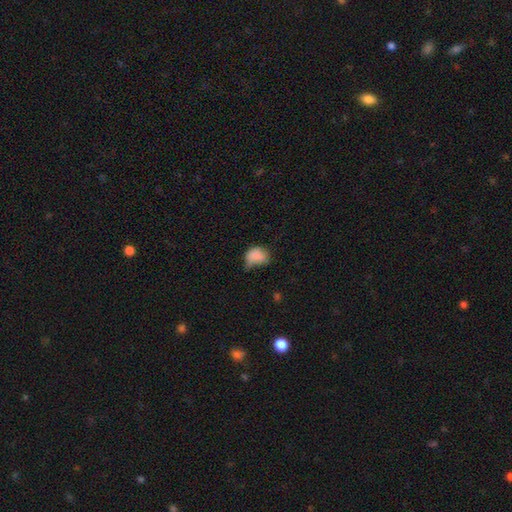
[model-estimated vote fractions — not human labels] Q: Smooth or featured?
A: smooth (77%); runner-up: featured or disk (12%)
Q: How rounded?
A: in between (69%); runner-up: round (30%)
Q: Merging?
A: minor disturbance (42%); runner-up: major disturbance (27%)